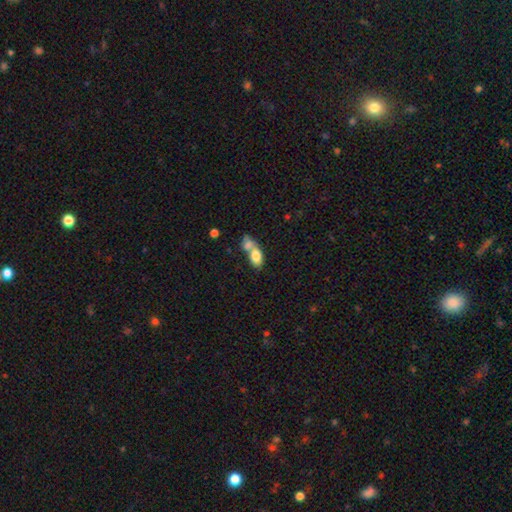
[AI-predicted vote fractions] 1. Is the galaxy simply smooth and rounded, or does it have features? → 77% smooth, 15% featured or disk, 8% star or artifact.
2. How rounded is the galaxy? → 85% in between, 11% round, 4% cigar-shaped.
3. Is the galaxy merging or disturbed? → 66% merger, 21% none, 8% minor disturbance, 5% major disturbance.